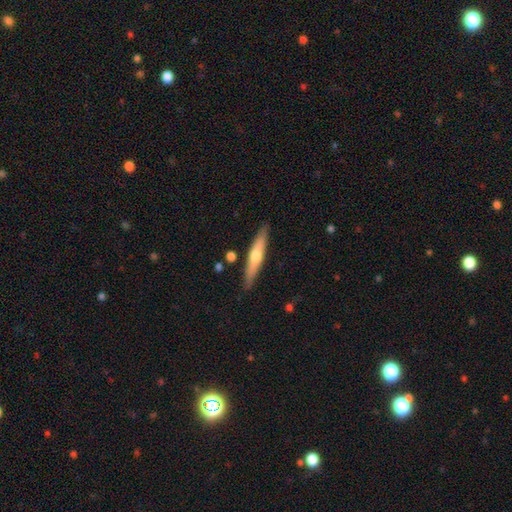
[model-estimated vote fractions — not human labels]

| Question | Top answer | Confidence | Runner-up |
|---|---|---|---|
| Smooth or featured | featured or disk | 50% | smooth (44%) |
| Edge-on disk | yes | 92% | no (8%) |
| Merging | none | 87% | minor disturbance (9%) |